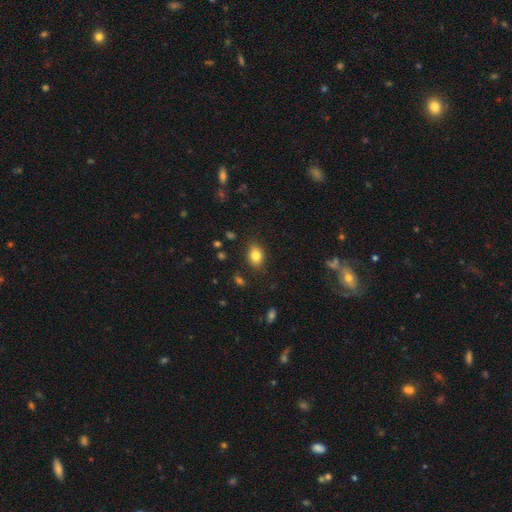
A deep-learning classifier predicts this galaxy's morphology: smooth-or-featured: smooth: 82% | star or artifact: 9% | featured or disk: 9%
  how-rounded: in between: 74% | round: 25% | cigar-shaped: 1%
  merging: none: 84% | minor disturbance: 11% | major disturbance: 3% | merger: 2%